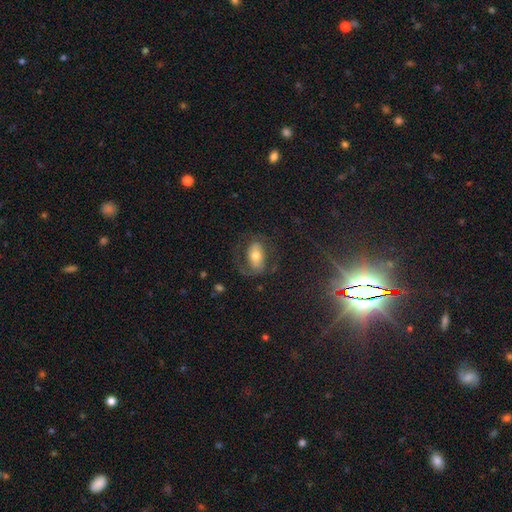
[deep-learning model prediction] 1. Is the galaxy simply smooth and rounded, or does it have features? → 46% featured or disk, 43% smooth, 11% star or artifact.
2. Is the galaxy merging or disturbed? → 62% none, 20% major disturbance, 17% minor disturbance, 2% merger.